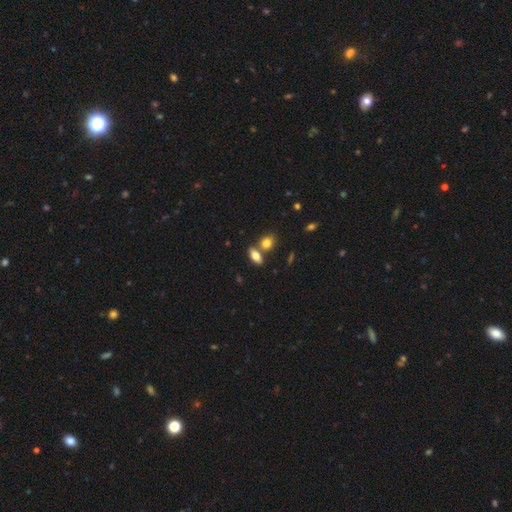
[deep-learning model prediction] This appears to be a smooth galaxy with no disk features (76%) that is in between round and cigar-shaped (82%). Merging: none (61%).